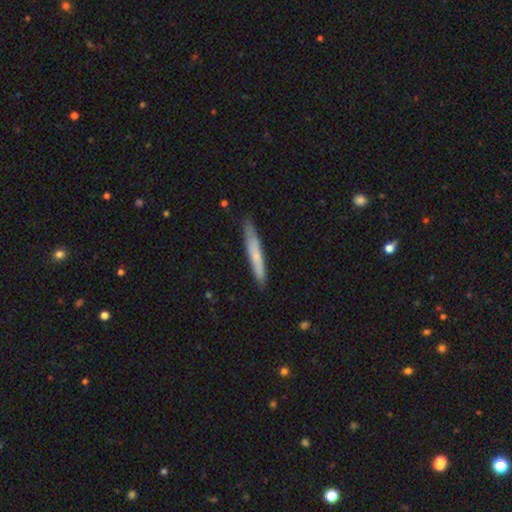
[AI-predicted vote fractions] A smooth galaxy with no disk features (64%) that is cigar-shaped (95%).

Vote fractions:
- Smooth or featured? smooth: 64% / featured or disk: 30% / star or artifact: 5%
- How rounded? cigar-shaped: 95% / in between: 4% / round: 1%
- Merging? none: 82% / minor disturbance: 14% / major disturbance: 2% / merger: 1%